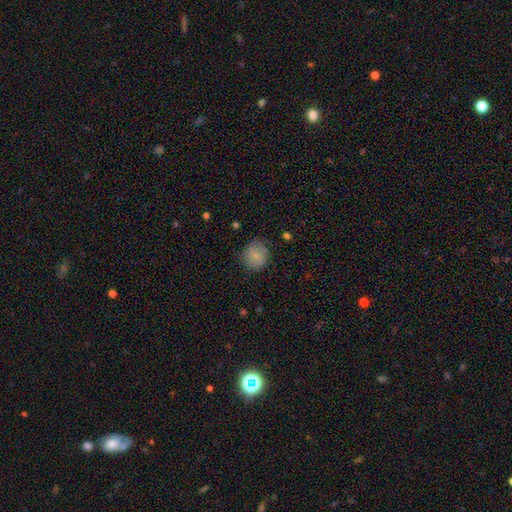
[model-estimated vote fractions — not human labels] smooth-or-featured: smooth: 83% | featured or disk: 9% | star or artifact: 8%
  how-rounded: round: 87% | in between: 12% | cigar-shaped: 1%
  merging: none: 78% | minor disturbance: 17% | major disturbance: 4% | merger: 1%